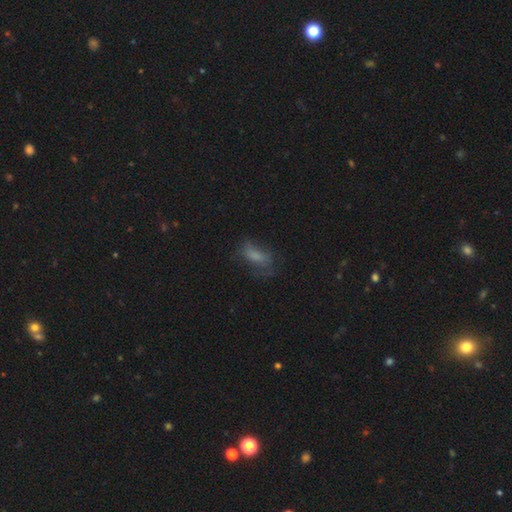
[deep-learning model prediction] Smooth or featured: smooth — 61% (featured or disk — 24%)
How rounded: in between — 77% (cigar-shaped — 16%)
Merging: none — 46% (minor disturbance — 26%)